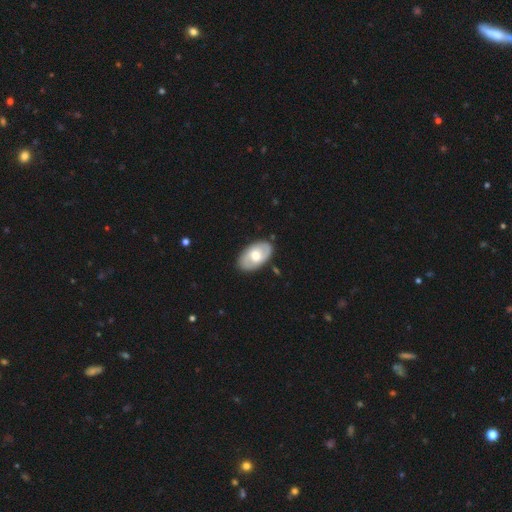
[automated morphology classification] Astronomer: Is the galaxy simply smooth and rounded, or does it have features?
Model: featured or disk — 56% (runner-up: smooth, 39%).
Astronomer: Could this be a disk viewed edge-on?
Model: no — 93%.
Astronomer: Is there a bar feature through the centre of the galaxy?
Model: no — 58% (runner-up: weak, 34%).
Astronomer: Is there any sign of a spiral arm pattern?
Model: yes — 63%.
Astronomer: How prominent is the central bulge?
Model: moderate — 65%.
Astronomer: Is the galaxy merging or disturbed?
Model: none — 85%.